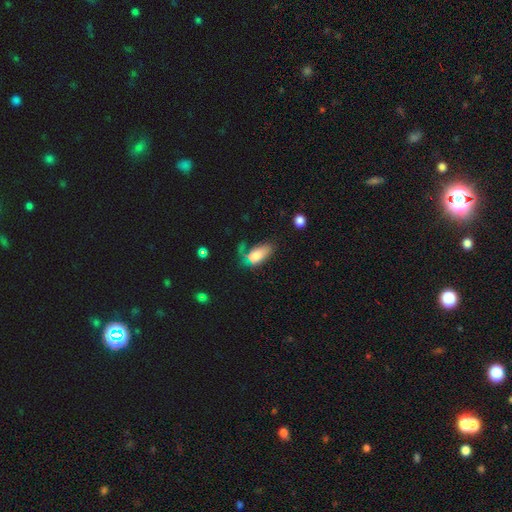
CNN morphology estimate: smooth-or-featured: smooth: 74% | featured or disk: 16% | star or artifact: 9%
  how-rounded: in between: 89% | cigar-shaped: 7% | round: 4%
  merging: none: 40% | minor disturbance: 27% | major disturbance: 21% | merger: 12%